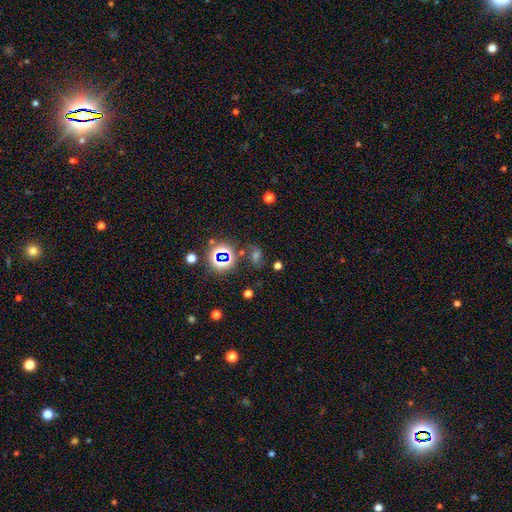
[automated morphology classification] A star or artifact, not a galaxy (58%).